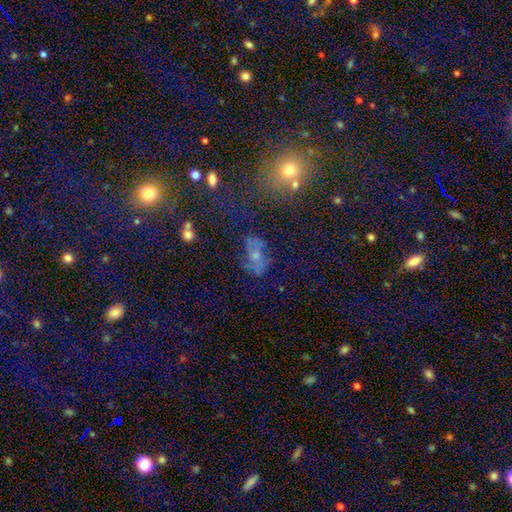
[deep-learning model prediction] This appears to be a featured or disk galaxy (44%). Merging: none (54%).